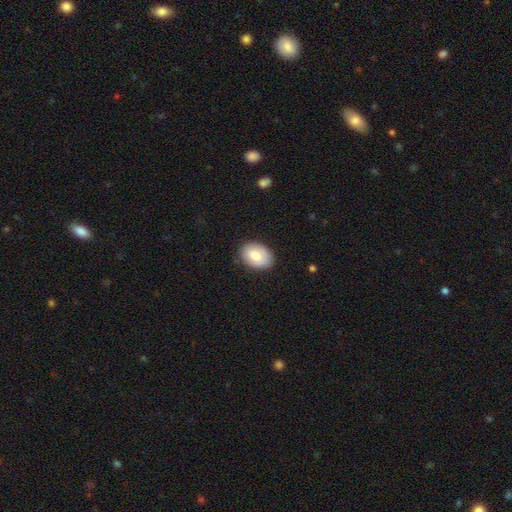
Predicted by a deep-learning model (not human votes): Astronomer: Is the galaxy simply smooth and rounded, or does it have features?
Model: smooth — 79%.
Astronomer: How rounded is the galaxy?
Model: in between — 80%.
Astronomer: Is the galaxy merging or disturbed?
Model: none — 84%.